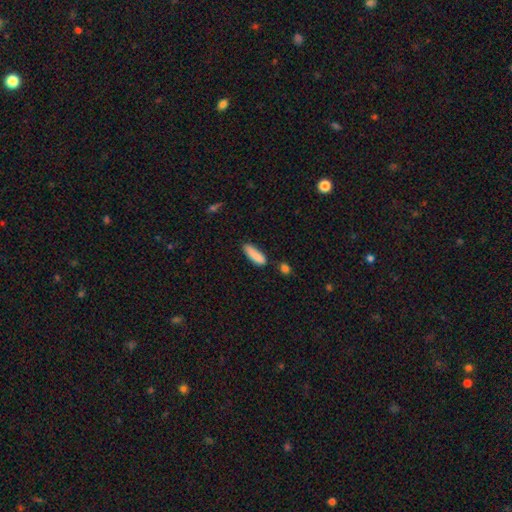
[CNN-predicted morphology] Smooth or featured? smooth (87%)
How rounded? cigar-shaped (53%)
Merging? none (69%)